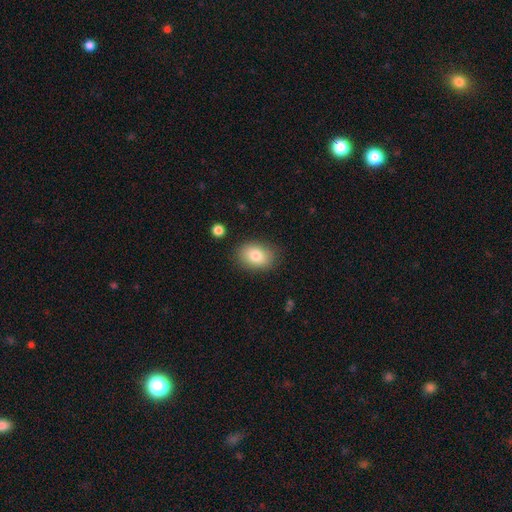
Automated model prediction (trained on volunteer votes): This is clearly a smooth galaxy (80%). How rounded: likely in between (75%). Merging: clearly none (84%).